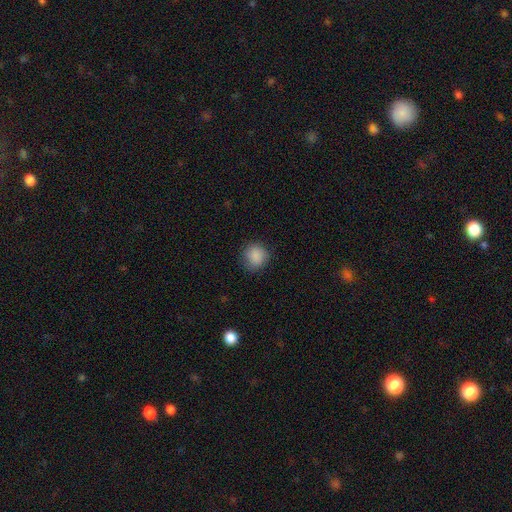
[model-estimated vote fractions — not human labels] A smooth galaxy with no disk features (88%) that is round (87%). Merging: none (82%).